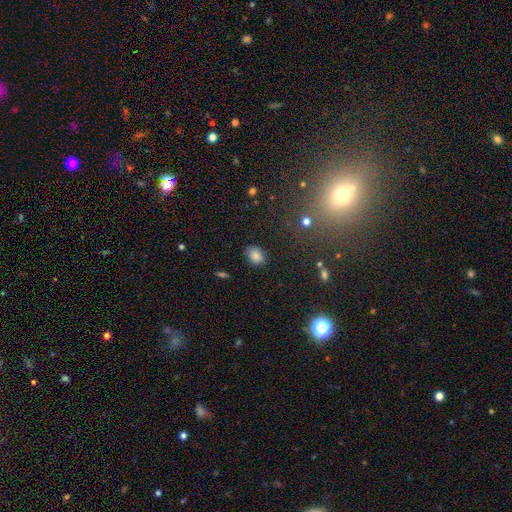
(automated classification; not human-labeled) Smooth or featured? Predicted: smooth (p=0.84). How rounded? Predicted: in between (p=0.66). Merging? Predicted: none (p=0.84).